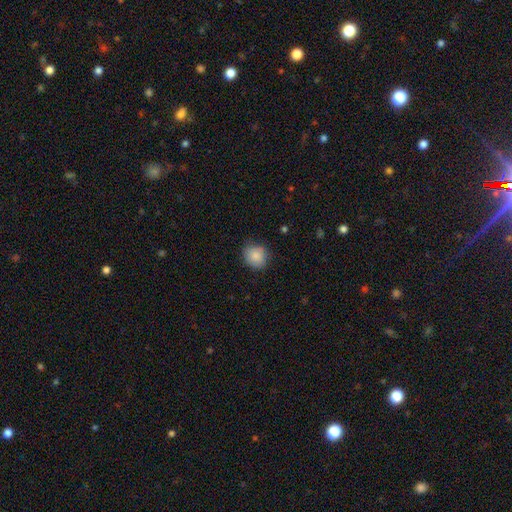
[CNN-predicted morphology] type=smooth (87%); roundness=round (82%); merging=none (78%).